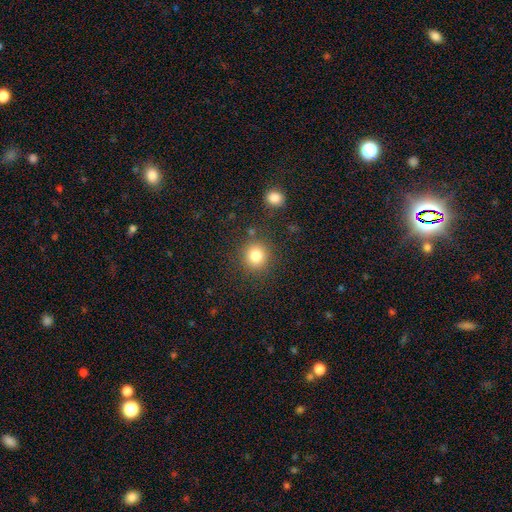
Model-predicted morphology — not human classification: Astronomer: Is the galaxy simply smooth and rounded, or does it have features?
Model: smooth — 82%.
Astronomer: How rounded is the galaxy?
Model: round — 91%.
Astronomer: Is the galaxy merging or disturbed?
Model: none — 85%.